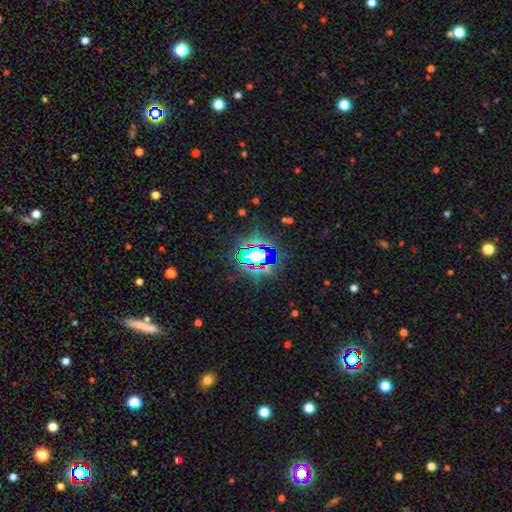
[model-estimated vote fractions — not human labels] Overall: star or artifact (69%).